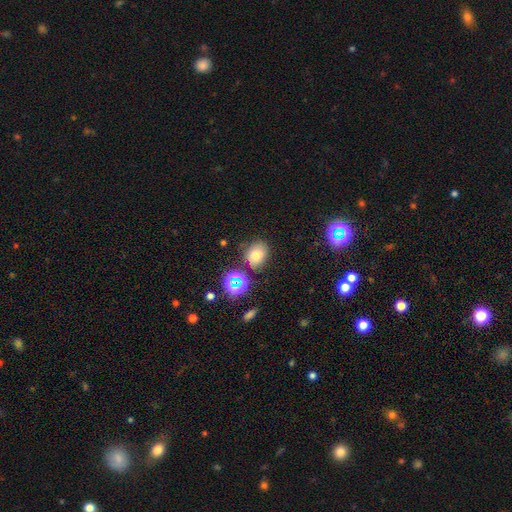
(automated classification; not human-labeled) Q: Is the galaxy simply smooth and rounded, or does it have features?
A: smooth — 67%.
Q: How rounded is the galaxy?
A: round — 52%.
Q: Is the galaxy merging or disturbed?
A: none — 69%.